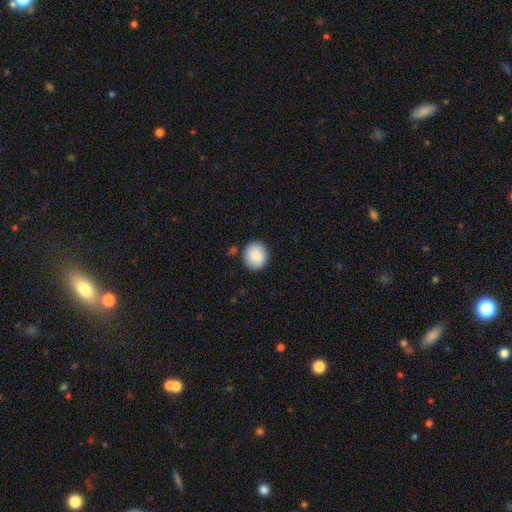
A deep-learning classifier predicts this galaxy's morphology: A smooth galaxy with no disk features (87%) that is round (85%).

Vote fractions:
- Smooth or featured? smooth: 87% / star or artifact: 7% / featured or disk: 7%
- How rounded? round: 85% / in between: 14% / cigar-shaped: 1%
- Merging? none: 85% / minor disturbance: 9% / merger: 3% / major disturbance: 2%